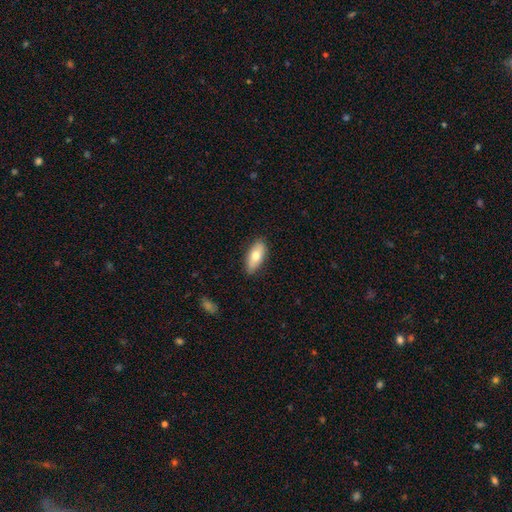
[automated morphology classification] smooth-or-featured: smooth: 72% | featured or disk: 22% | star or artifact: 6%
  how-rounded: in between: 84% | cigar-shaped: 13% | round: 3%
  merging: none: 85% | minor disturbance: 12% | major disturbance: 2% | merger: 1%